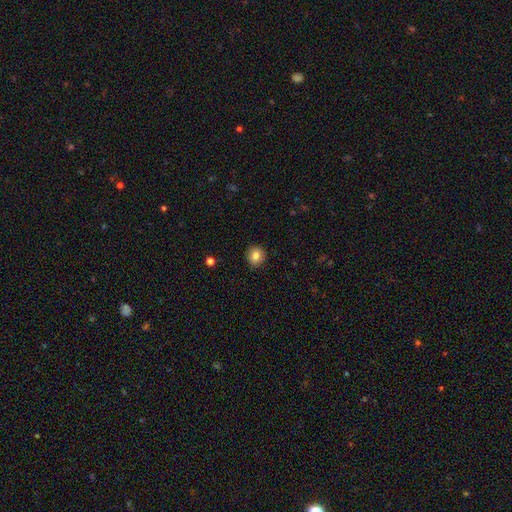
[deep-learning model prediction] smooth 83%, star or artifact 9%, featured or disk 8%. Down the decision tree: how rounded — round (87%); merging — none (90%).